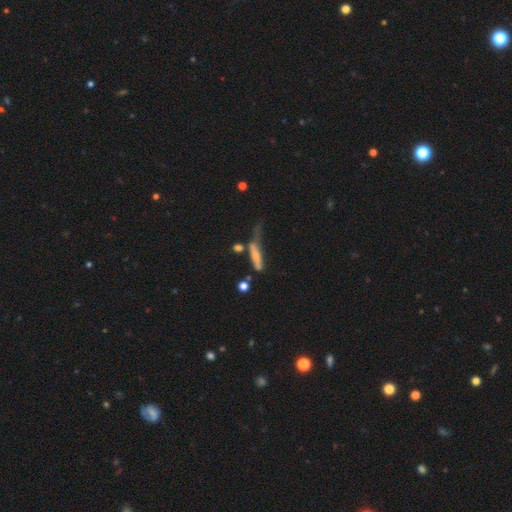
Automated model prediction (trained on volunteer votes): smooth-or-featured: smooth: 57% | featured or disk: 35% | star or artifact: 8%
  how-rounded: cigar-shaped: 79% | in between: 18% | round: 3%
  merging: major disturbance: 30% (tied) | none: 30% (tied) | minor disturbance: 26% | merger: 15%